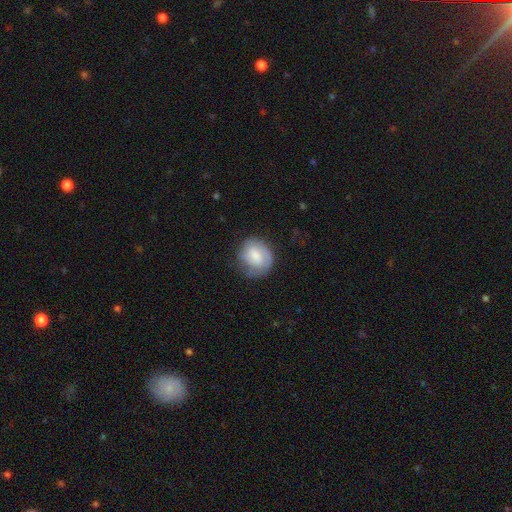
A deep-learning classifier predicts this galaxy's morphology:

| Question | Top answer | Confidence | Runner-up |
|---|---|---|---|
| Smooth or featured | smooth | 54% | featured or disk (39%) |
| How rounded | round | 68% | in between (31%) |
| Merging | none | 63% | minor disturbance (24%) |